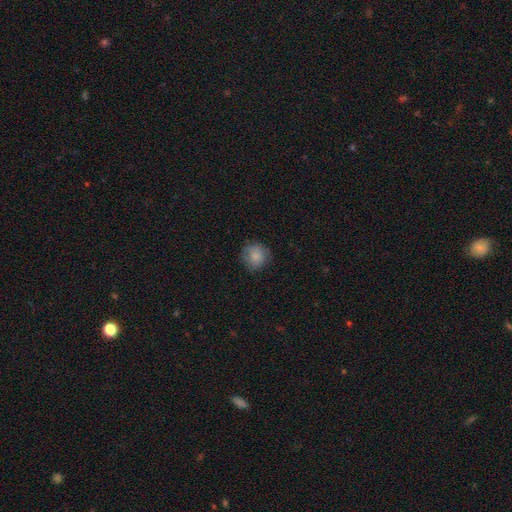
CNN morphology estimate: type=smooth (83%); roundness=round (90%); merging=none (80%).